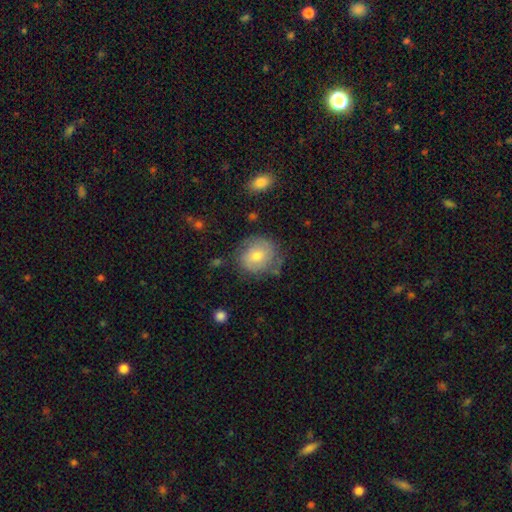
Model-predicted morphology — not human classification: smooth-or-featured: smooth: 56% | featured or disk: 36% | star or artifact: 8%
  how-rounded: round: 80% | in between: 19% | cigar-shaped: 1%
  merging: none: 69% | minor disturbance: 21% | major disturbance: 7% | merger: 2%